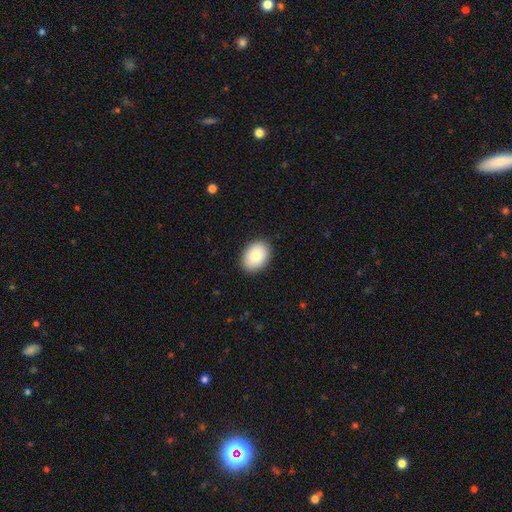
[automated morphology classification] Q: Smooth or featured?
A: smooth (86%); runner-up: featured or disk (7%)
Q: How rounded?
A: in between (77%); runner-up: round (22%)
Q: Merging?
A: none (90%); runner-up: minor disturbance (8%)